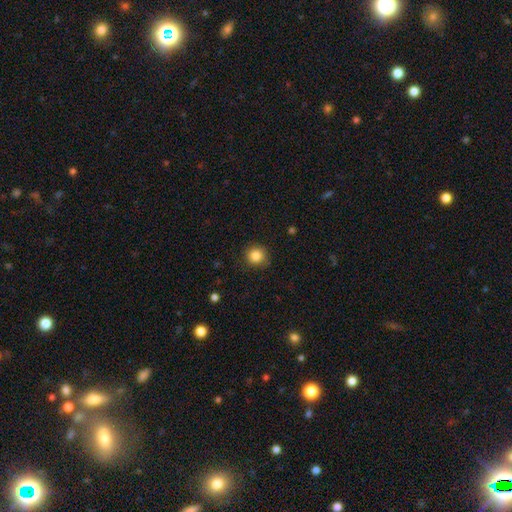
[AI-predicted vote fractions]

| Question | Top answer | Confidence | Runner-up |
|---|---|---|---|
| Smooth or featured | smooth | 85% | star or artifact (10%) |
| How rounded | round | 91% | in between (8%) |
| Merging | none | 84% | minor disturbance (12%) |